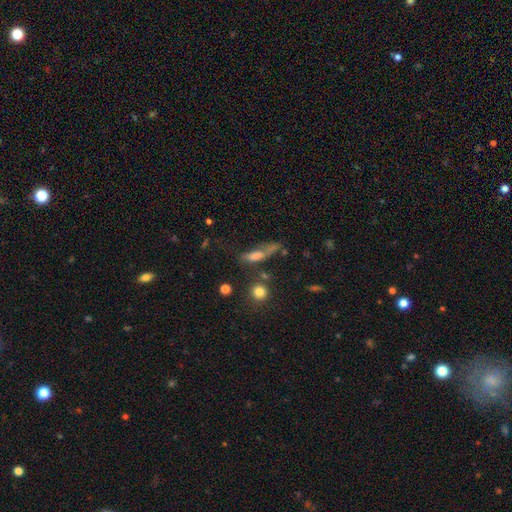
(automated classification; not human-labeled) Q: Smooth or featured?
A: smooth (57%); runner-up: featured or disk (27%)
Q: How rounded?
A: cigar-shaped (50%); runner-up: in between (42%)
Q: Merging?
A: none (35%); runner-up: major disturbance (29%)